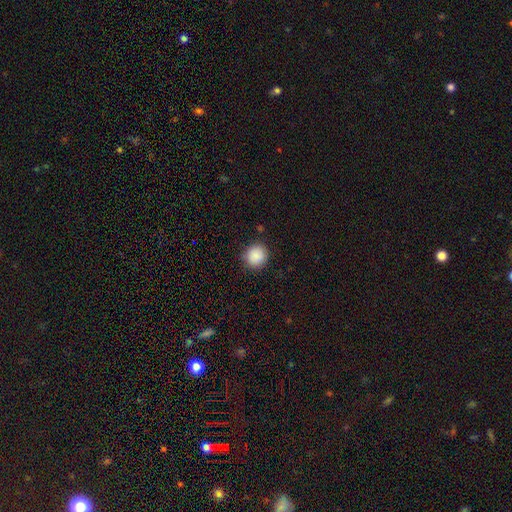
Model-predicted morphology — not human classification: Smooth or featured: smooth — 88% (star or artifact — 9%)
How rounded: round — 89% (in between — 10%)
Merging: none — 88% (minor disturbance — 8%)